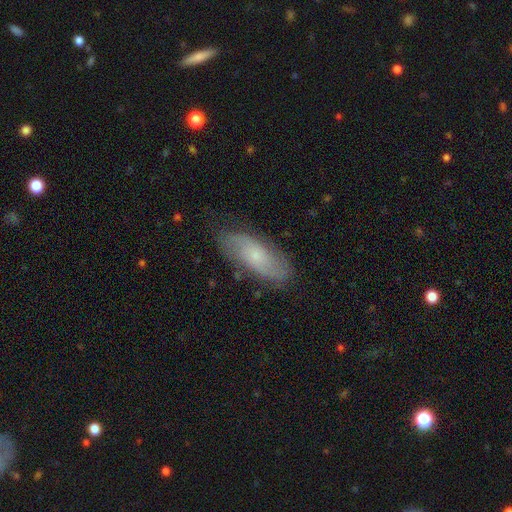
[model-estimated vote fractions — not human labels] Morphology: type=featured or disk (59%); edge-on=no (88%); bar=no (68%); spiral arms=yes (88%); bulge=small (69%); merging=none (77%).